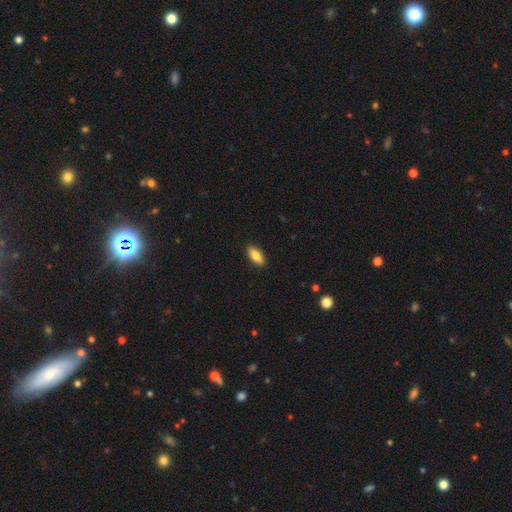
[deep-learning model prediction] Smooth or featured: smooth — 83% (featured or disk — 11%)
How rounded: in between — 84% (cigar-shaped — 14%)
Merging: none — 90% (minor disturbance — 7%)